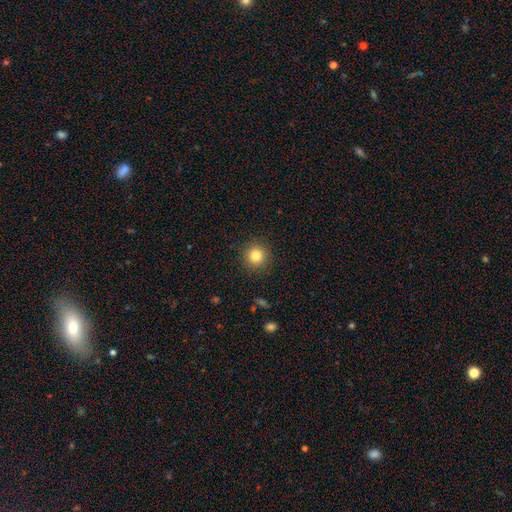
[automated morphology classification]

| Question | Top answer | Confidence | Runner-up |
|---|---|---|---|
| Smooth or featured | smooth | 83% | star or artifact (11%) |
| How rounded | round | 95% | in between (4%) |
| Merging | none | 91% | minor disturbance (6%) |